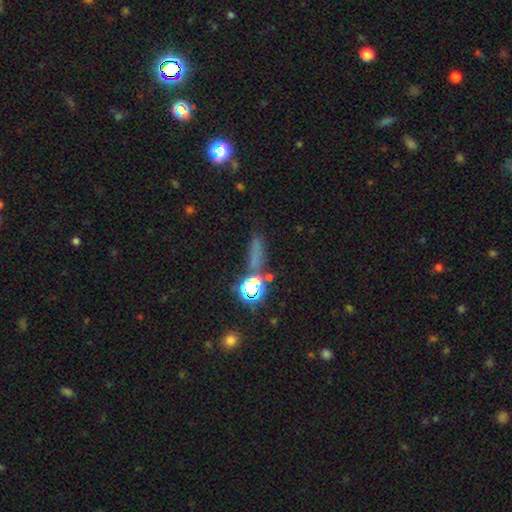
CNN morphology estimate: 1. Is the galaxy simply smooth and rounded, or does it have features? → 47% smooth, 40% star or artifact, 13% featured or disk.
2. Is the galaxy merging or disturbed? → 67% none, 15% minor disturbance, 10% merger, 8% major disturbance.